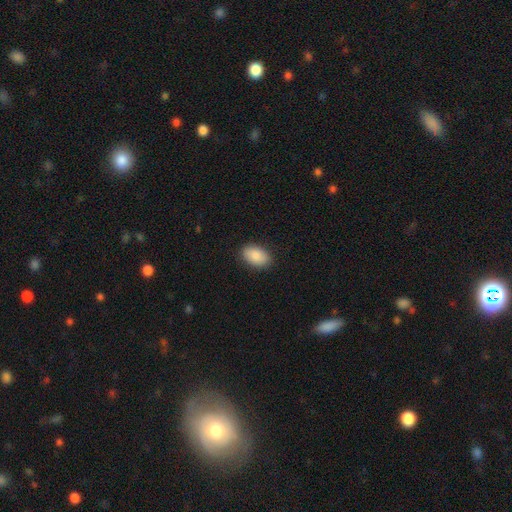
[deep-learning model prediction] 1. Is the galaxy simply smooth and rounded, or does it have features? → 88% smooth, 6% star or artifact, 6% featured or disk.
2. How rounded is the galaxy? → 91% in between, 8% round, 1% cigar-shaped.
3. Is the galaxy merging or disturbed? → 88% none, 9% minor disturbance, 2% major disturbance, 1% merger.